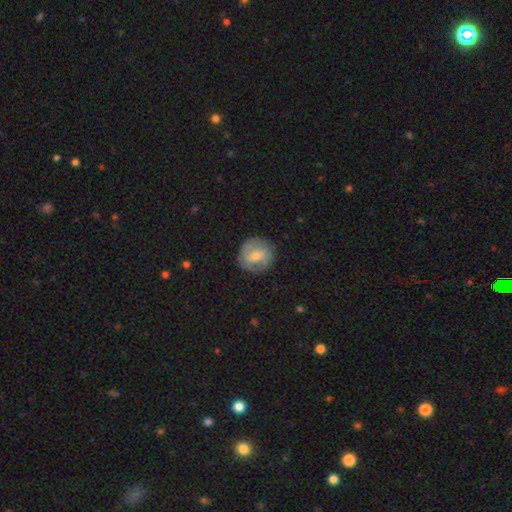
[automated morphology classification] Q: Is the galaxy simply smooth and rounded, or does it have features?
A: featured or disk — 65%.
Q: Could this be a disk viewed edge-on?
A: no — 97%.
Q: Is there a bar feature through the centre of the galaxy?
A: weak — 47%.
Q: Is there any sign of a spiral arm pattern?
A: yes — 85%.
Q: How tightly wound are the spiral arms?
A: tight — 43%.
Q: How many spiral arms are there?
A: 2 — 67%.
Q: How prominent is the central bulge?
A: small — 49%.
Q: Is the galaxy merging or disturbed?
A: none — 83%.